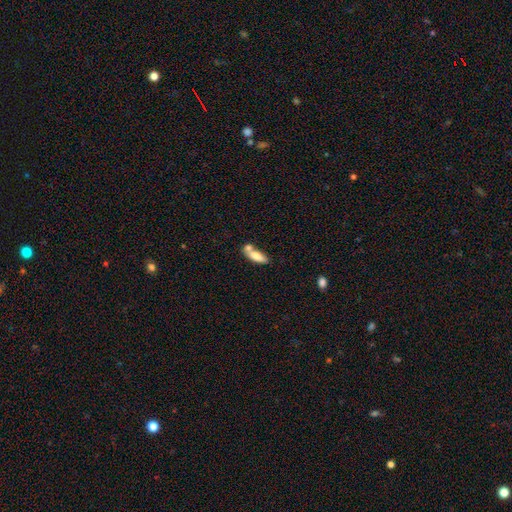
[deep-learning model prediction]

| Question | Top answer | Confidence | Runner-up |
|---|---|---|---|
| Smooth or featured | smooth | 78% | featured or disk (15%) |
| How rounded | in between | 66% | cigar-shaped (31%) |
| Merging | none | 41% | merger (40%) |